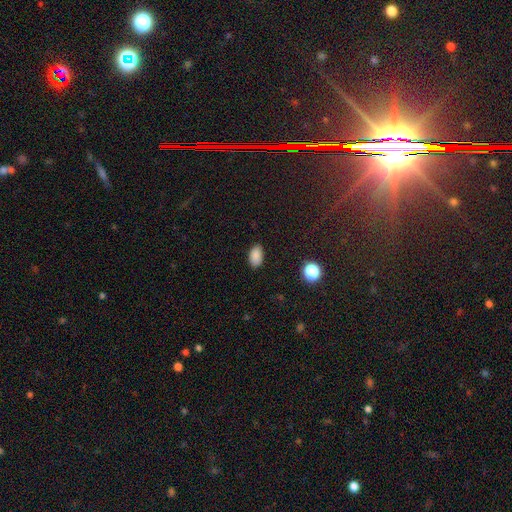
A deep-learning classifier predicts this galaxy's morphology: Q: Smooth or featured?
A: smooth (86%); runner-up: star or artifact (10%)
Q: How rounded?
A: in between (91%); runner-up: round (8%)
Q: Merging?
A: none (86%); runner-up: minor disturbance (10%)